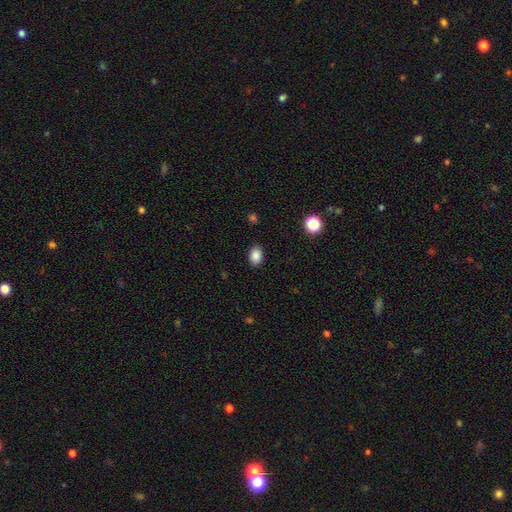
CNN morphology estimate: Smooth or featured?
  - smooth: 87% *
  - star or artifact: 10%
  - featured or disk: 3%
How rounded?
  - in between: 73% *
  - round: 26%
  - cigar-shaped: 1%
Merging?
  - none: 88% *
  - minor disturbance: 9%
  - major disturbance: 2%
  - merger: 1%